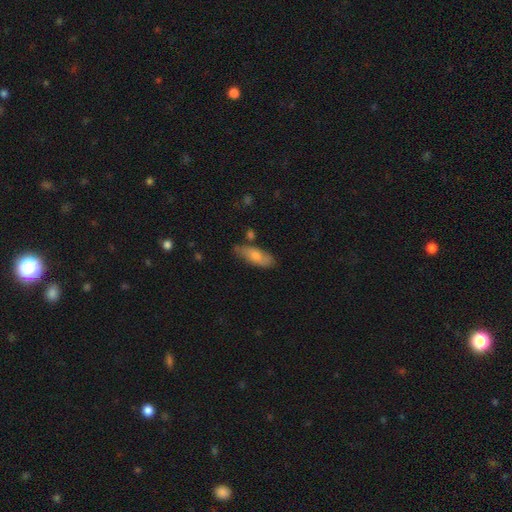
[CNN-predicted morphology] type=smooth (62%); roundness=in between (68%); merging=none (73%).